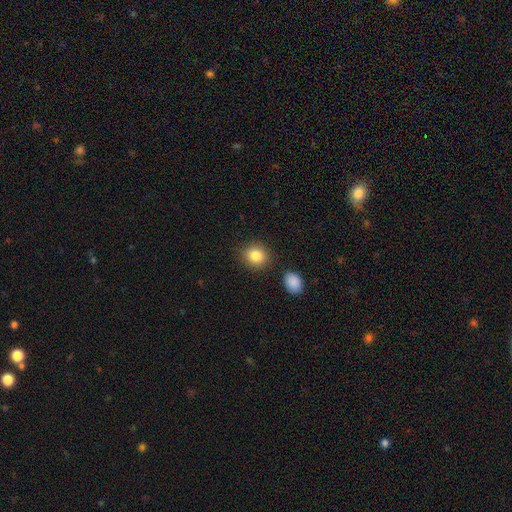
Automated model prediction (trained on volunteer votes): Morphology: type=smooth (85%); roundness=round (75%); merging=none (84%).